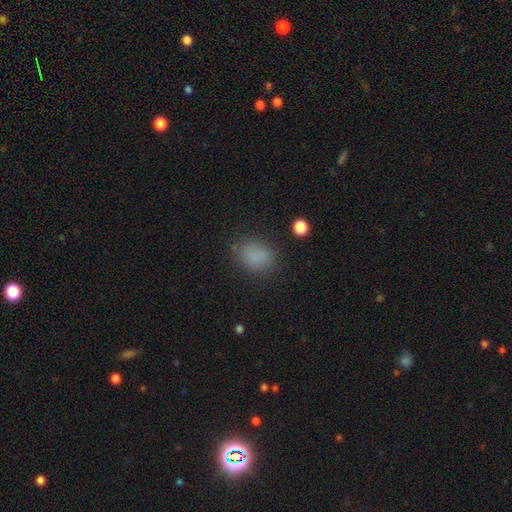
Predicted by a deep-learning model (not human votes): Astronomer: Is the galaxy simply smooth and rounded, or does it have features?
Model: smooth — 81%.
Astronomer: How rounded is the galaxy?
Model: in between — 61% (runner-up: round, 38%).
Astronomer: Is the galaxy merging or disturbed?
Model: none — 79%.